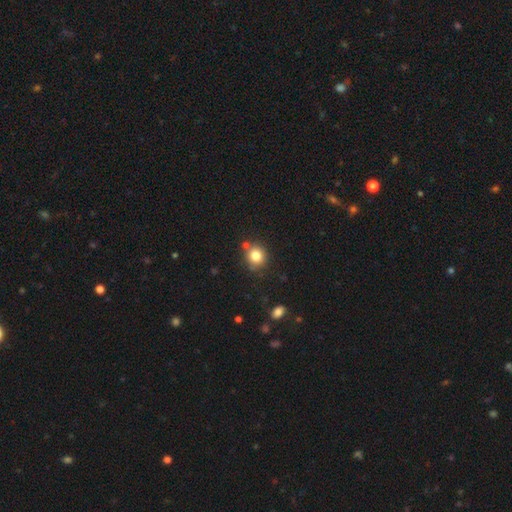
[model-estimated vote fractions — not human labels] smooth-or-featured: smooth: 82% | star or artifact: 11% | featured or disk: 7%
  how-rounded: round: 85% | in between: 14% | cigar-shaped: 1%
  merging: none: 75% | minor disturbance: 11% | merger: 11% | major disturbance: 3%